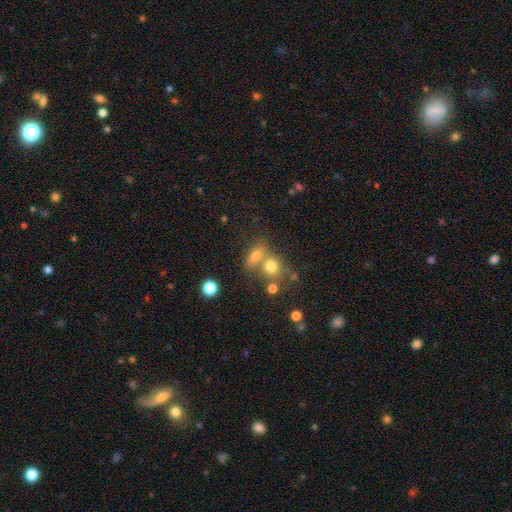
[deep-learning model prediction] Q: Smooth or featured?
A: smooth (71%); runner-up: featured or disk (16%)
Q: How rounded?
A: in between (62%); runner-up: round (27%)
Q: Merging?
A: merger (44%); runner-up: none (42%)